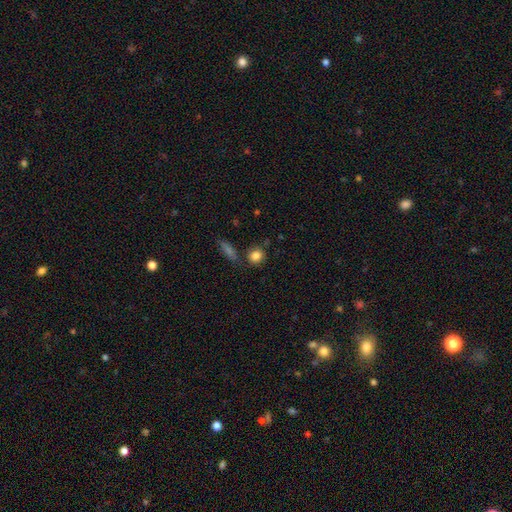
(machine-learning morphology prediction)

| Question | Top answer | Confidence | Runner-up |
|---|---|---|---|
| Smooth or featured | smooth | 85% | star or artifact (9%) |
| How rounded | round | 82% | in between (16%) |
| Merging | none | 74% | minor disturbance (13%) |